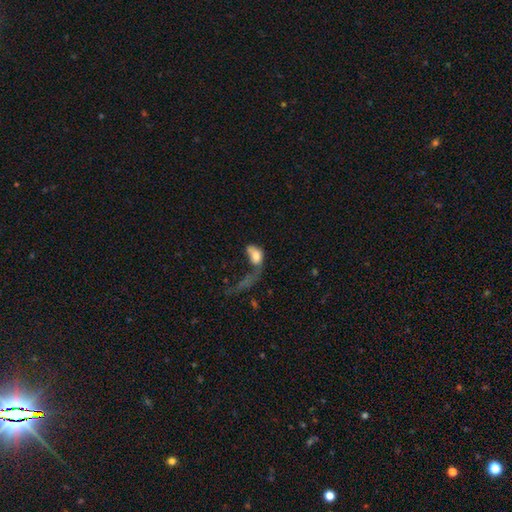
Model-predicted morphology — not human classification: Smooth or featured: smooth — 65% (featured or disk — 27%)
How rounded: in between — 83% (round — 13%)
Merging: major disturbance — 61% (merger — 15%)